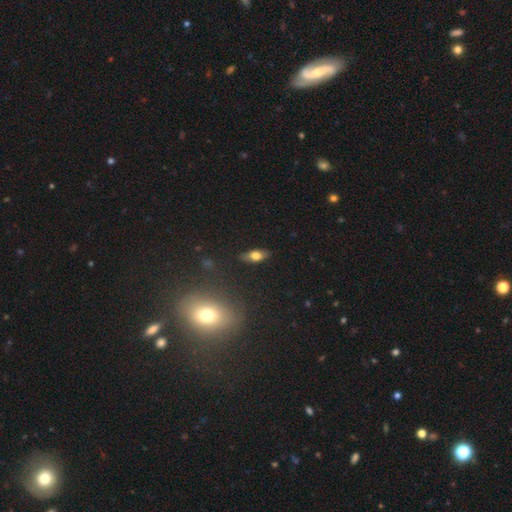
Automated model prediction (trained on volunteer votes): smooth-or-featured: smooth: 64% | featured or disk: 27% | star or artifact: 9%
  how-rounded: in between: 78% | cigar-shaped: 16% | round: 6%
  merging: none: 83% | minor disturbance: 12% | major disturbance: 3% | merger: 2%